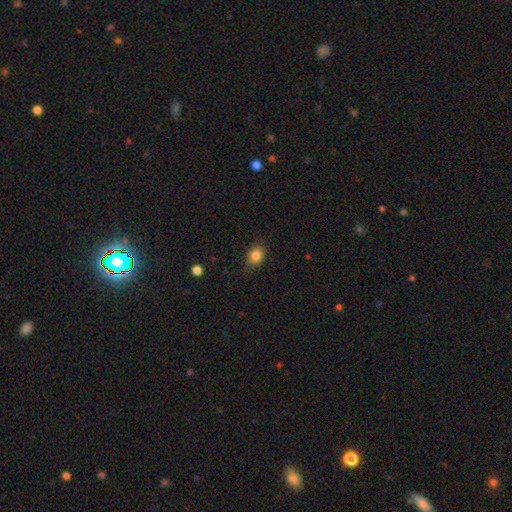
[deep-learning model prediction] smooth-or-featured: smooth: 84% | star or artifact: 10% | featured or disk: 6%
  how-rounded: in between: 58% | round: 41% | cigar-shaped: 1%
  merging: none: 77% | minor disturbance: 19% | major disturbance: 4% | merger: 1%